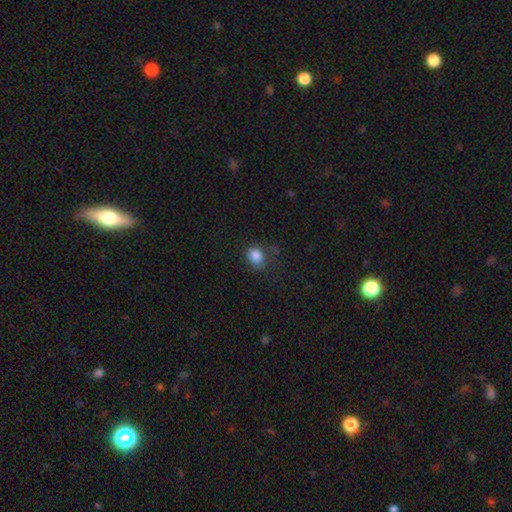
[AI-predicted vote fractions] Smooth or featured?
  - smooth: 85% *
  - star or artifact: 11%
  - featured or disk: 4%
How rounded?
  - round: 54% *
  - in between: 45%
  - cigar-shaped: 1%
Merging?
  - none: 70% *
  - minor disturbance: 20%
  - major disturbance: 7%
  - merger: 3%